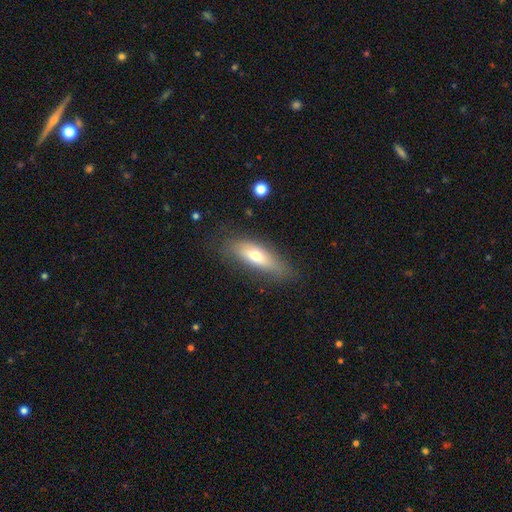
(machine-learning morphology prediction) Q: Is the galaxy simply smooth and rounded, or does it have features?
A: smooth — 65%.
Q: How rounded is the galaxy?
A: in between — 57%.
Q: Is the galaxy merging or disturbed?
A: none — 70%.